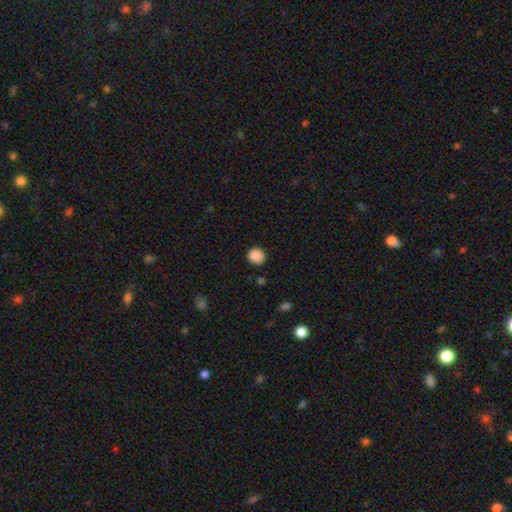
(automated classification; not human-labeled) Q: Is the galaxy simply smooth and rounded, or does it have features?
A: smooth — 88%.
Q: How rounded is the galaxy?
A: round — 88%.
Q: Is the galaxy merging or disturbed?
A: none — 87%.